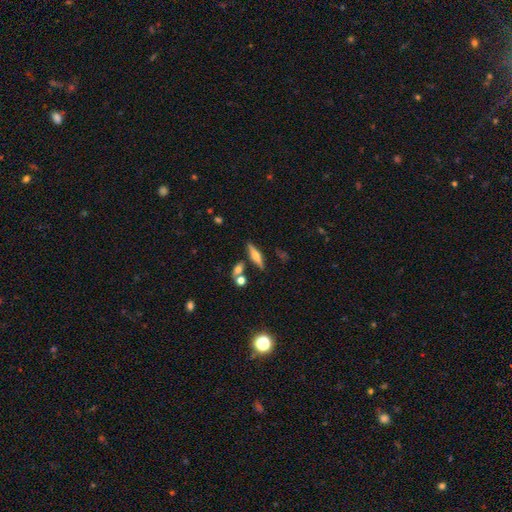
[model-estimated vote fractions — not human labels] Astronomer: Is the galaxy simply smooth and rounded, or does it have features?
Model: featured or disk — 55% (runner-up: smooth, 37%).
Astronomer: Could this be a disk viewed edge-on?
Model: yes — 94%.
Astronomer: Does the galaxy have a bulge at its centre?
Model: rounded — 88%.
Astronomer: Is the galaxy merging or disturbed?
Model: none — 77%.